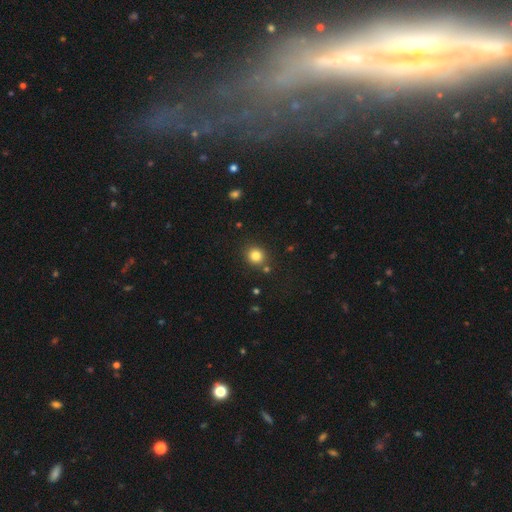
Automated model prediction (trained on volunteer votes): The model was most divided on "smooth or featured": smooth: 82%, star or artifact: 12%, featured or disk: 6%. More confident: how rounded — round (87%); merging — none (85%).